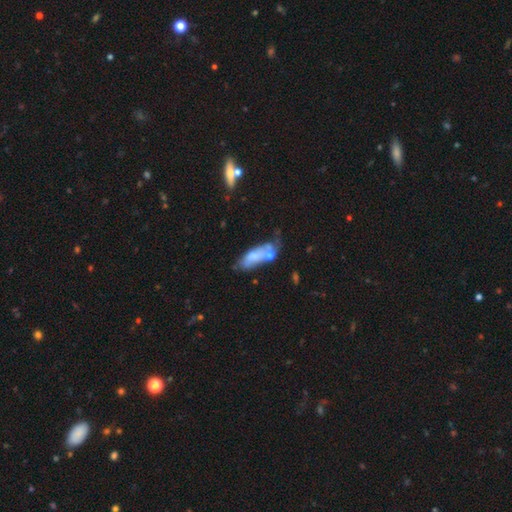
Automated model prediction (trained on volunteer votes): Smooth or featured? Predicted: smooth (p=0.54). How rounded? Predicted: in between (p=0.71). Merging? Predicted: none (p=0.30).